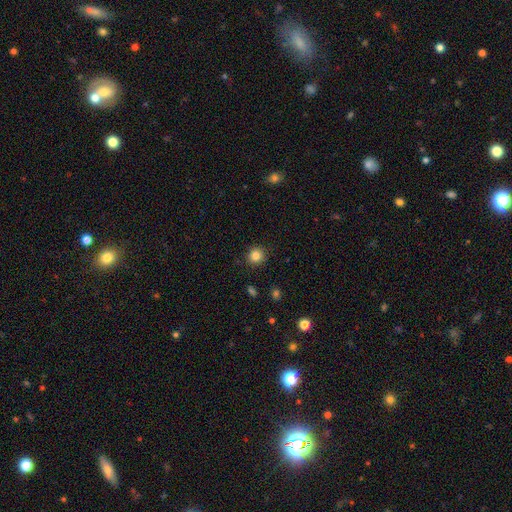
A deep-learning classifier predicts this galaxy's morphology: This appears to be a smooth galaxy with no disk features (84%) that is round (90%). Merging: none (90%).